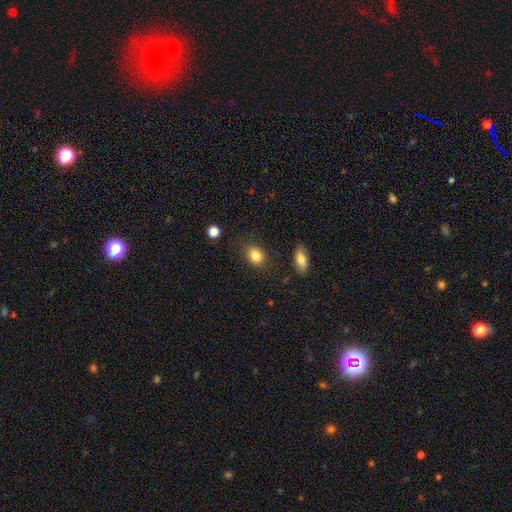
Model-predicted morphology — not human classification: smooth-or-featured: smooth: 84% | star or artifact: 9% | featured or disk: 7%
  how-rounded: in between: 57% | round: 41% | cigar-shaped: 1%
  merging: none: 79% | minor disturbance: 14% | major disturbance: 4% | merger: 3%